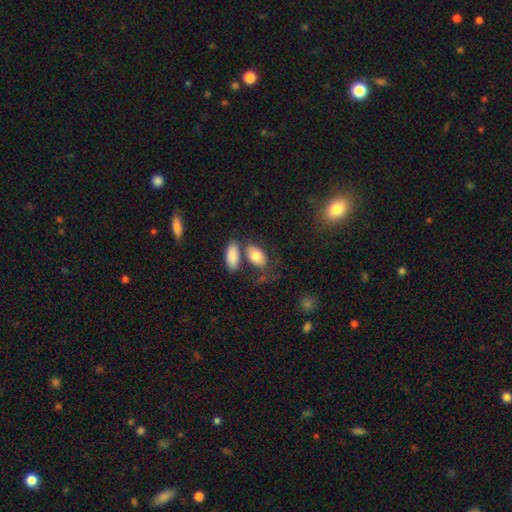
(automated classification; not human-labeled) Morphology: type=smooth (81%); roundness=in between (90%); merging=none (50%).